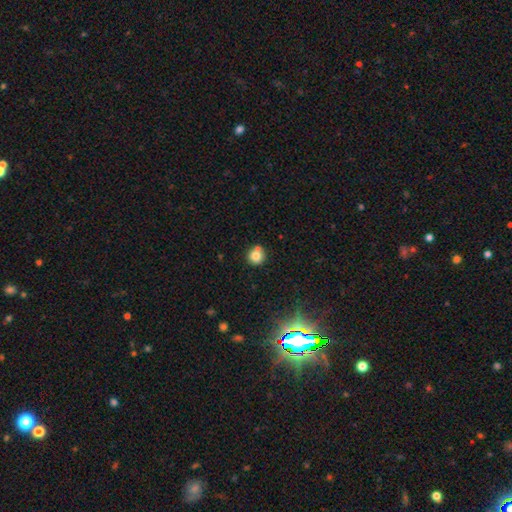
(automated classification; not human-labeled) Overall: smooth (79%). How rounded: round (89%). Merging: none (63%).